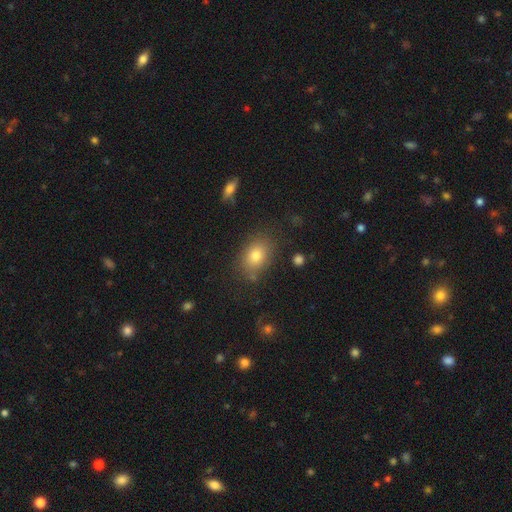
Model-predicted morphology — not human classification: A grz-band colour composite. It shows a smooth galaxy with no disk features (78%) that is in between round and cigar-shaped (73%). Merging: none (78%).